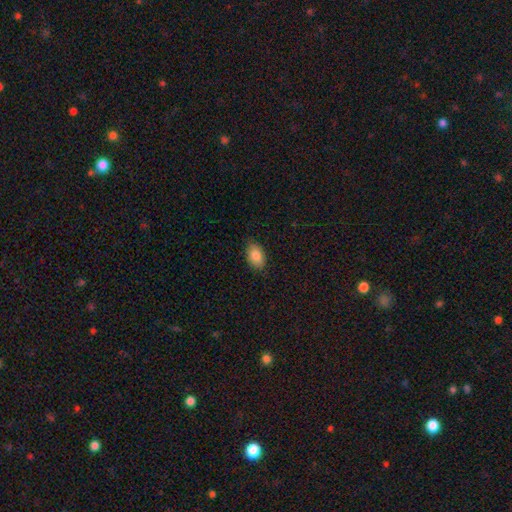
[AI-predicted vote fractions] A smooth galaxy with no disk features (86%) that is in between round and cigar-shaped (91%).

Vote fractions:
- Smooth or featured? smooth: 86% / star or artifact: 7% / featured or disk: 6%
- How rounded? in between: 91% / round: 7% / cigar-shaped: 2%
- Merging? none: 86% / minor disturbance: 11% / major disturbance: 2% / merger: 1%